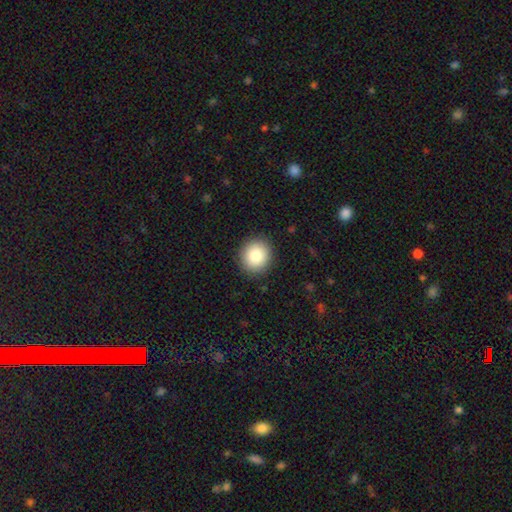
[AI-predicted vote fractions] This appears to be a smooth galaxy with no disk features (84%) that is round (82%). Merging: none (90%).